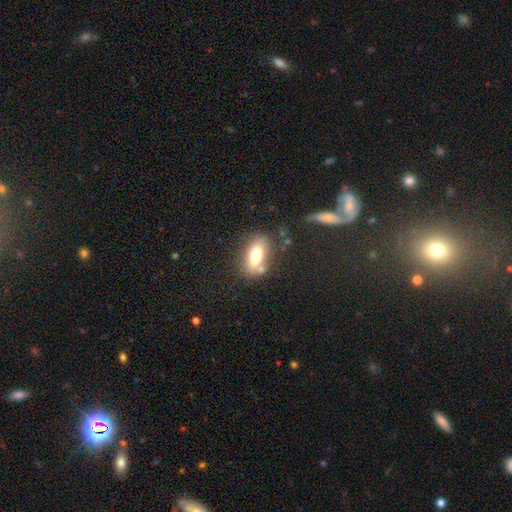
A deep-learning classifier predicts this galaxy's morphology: Smooth or featured: smooth — 71% (featured or disk — 20%)
How rounded: in between — 83% (cigar-shaped — 10%)
Merging: none — 66% (minor disturbance — 16%)